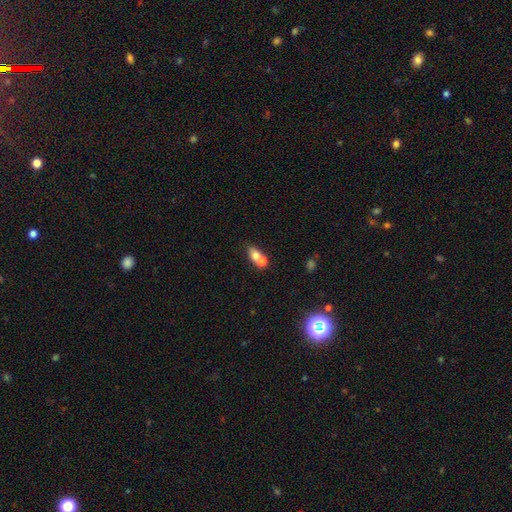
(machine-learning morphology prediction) smooth-or-featured: smooth: 70% | featured or disk: 19% | star or artifact: 11%
  how-rounded: in between: 60% | round: 36% | cigar-shaped: 3%
  merging: merger: 61% | none: 28% | minor disturbance: 7% | major disturbance: 4%